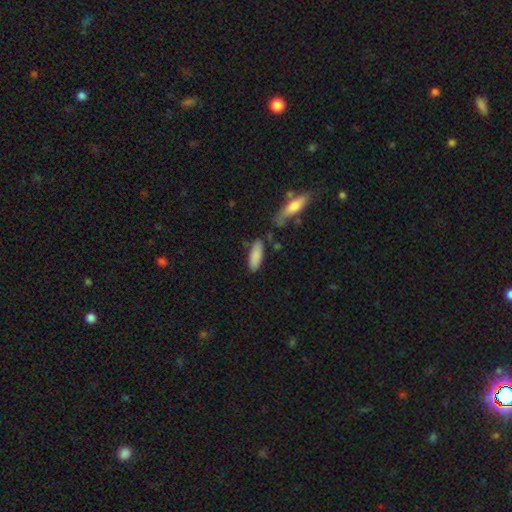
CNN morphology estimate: Smooth or featured? Predicted: smooth (p=0.85). How rounded? Predicted: in between (p=0.64). Merging? Predicted: none (p=0.74).